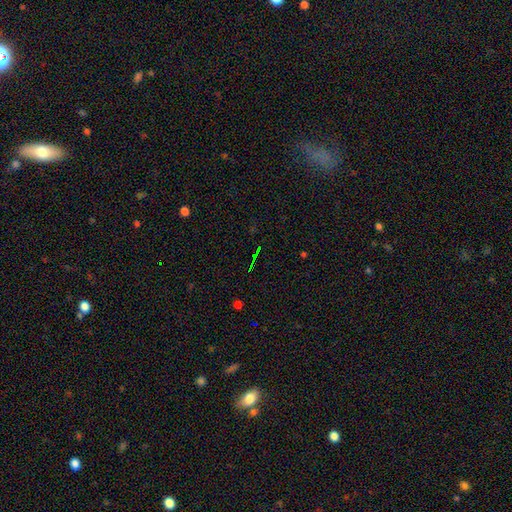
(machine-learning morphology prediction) This is likely a star or artifact rather than a galaxy (74%).